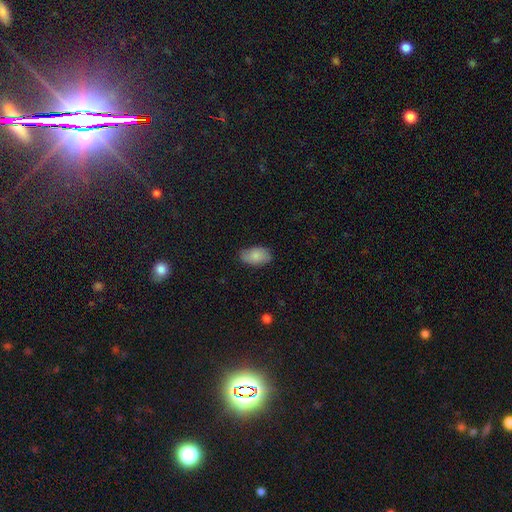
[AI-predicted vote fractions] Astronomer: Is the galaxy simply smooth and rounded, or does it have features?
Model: smooth — 82%.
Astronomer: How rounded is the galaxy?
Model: in between — 93%.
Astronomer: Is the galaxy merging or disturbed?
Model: none — 75%.